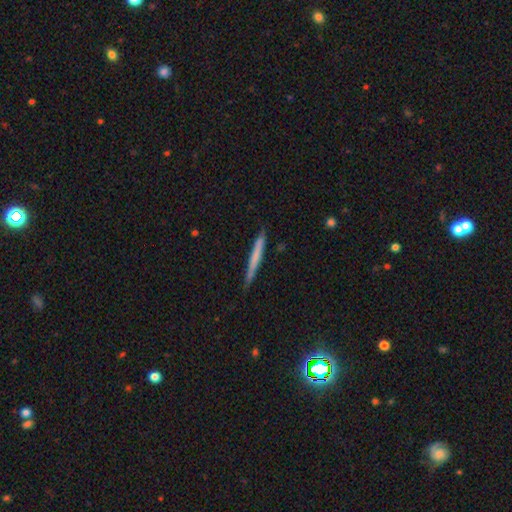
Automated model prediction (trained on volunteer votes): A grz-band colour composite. It shows a smooth galaxy with no disk features (58%) that is cigar-shaped (97%). Merging: none (84%).